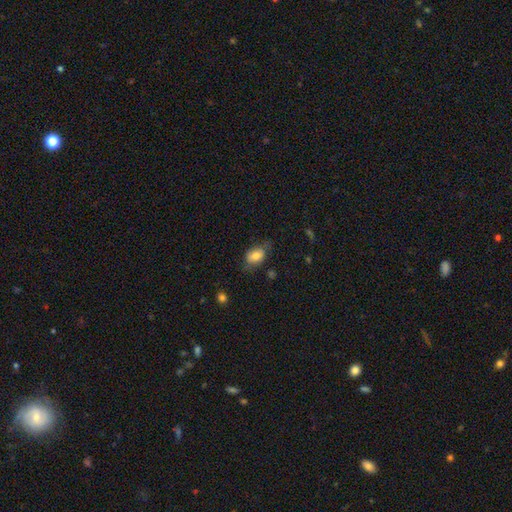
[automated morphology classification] type=smooth (74%); roundness=in between (84%); merging=none (59%).